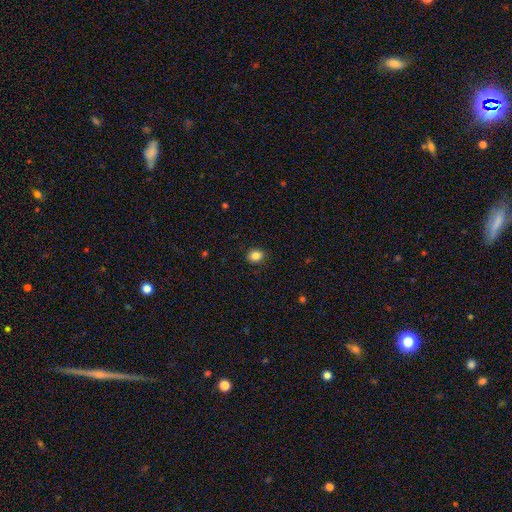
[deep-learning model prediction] Morphology: type=smooth (85%); roundness=round (56%); merging=none (89%).